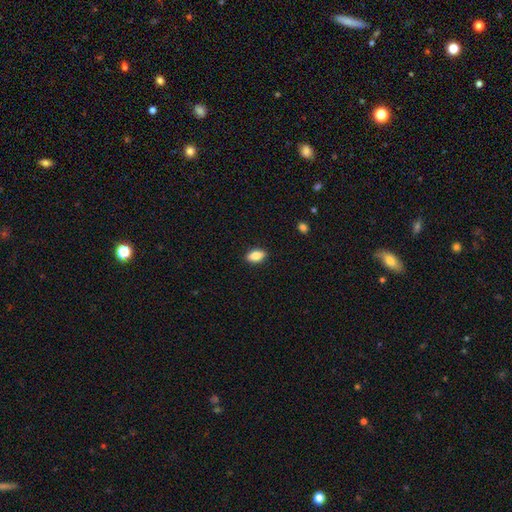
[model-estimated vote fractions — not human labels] smooth_or_featured: smooth (p=0.84) [alt: featured or disk p=0.09]
how_rounded: in between (p=0.88) [alt: round p=0.07]
merging: none (p=0.89) [alt: minor disturbance p=0.08]